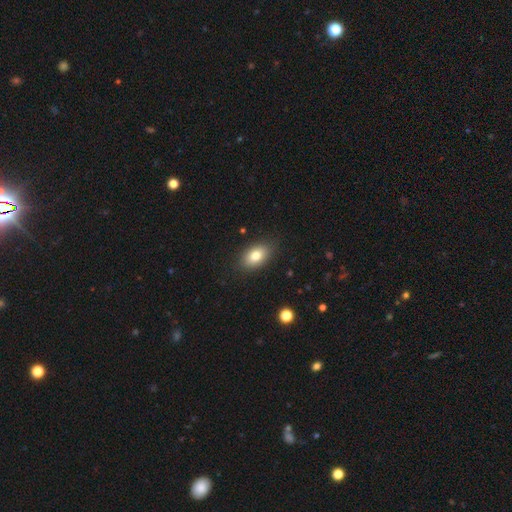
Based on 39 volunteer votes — Volunteers were most divided on "smooth or featured": smooth: 77%, featured or disk: 15%, star or artifact: 8%. More confident: merging — none (92%); how rounded — in between (90%).